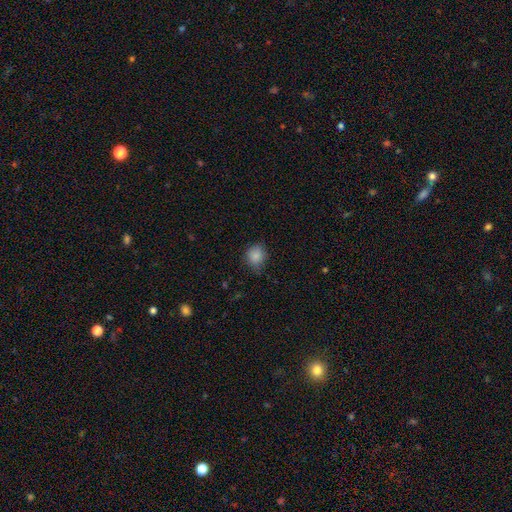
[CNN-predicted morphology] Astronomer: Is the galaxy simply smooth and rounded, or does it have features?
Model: smooth — 86%.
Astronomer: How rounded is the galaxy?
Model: round — 73%.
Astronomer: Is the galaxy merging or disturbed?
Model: none — 73%.